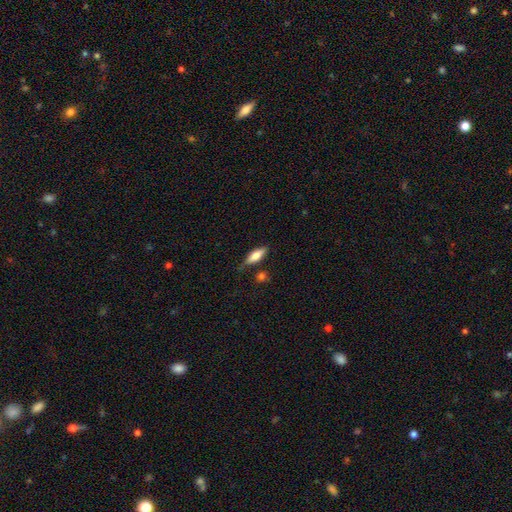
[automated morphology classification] Overall: smooth (69%). How rounded: in between (51%; cigar-shaped 46%). Merging: none (69%).